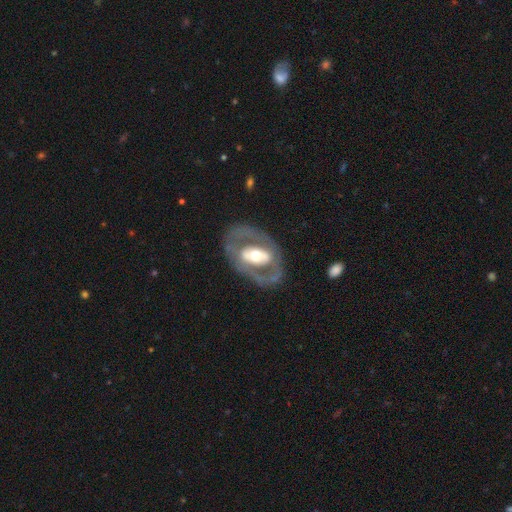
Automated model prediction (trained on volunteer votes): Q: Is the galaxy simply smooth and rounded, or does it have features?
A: featured or disk — 73%.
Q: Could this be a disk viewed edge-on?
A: no — 92%.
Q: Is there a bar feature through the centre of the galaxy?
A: no — 42%.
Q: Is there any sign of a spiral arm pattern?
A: no — 66%.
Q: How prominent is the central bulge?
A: moderate — 63%.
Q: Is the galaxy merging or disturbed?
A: none — 74%.